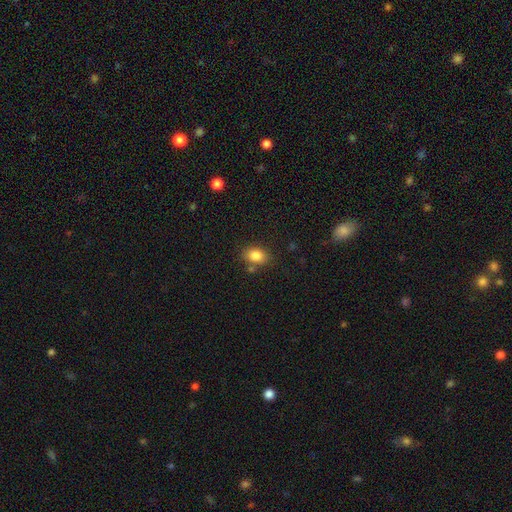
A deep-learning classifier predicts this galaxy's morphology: Smooth or featured: smooth — 83% (star or artifact — 10%)
How rounded: in between — 69% (round — 30%)
Merging: none — 75% (minor disturbance — 13%)